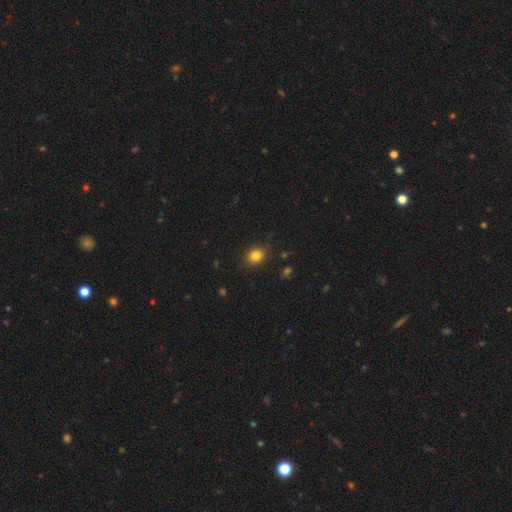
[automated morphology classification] Smooth or featured? smooth (82%)
How rounded? round (69%)
Merging? none (87%)